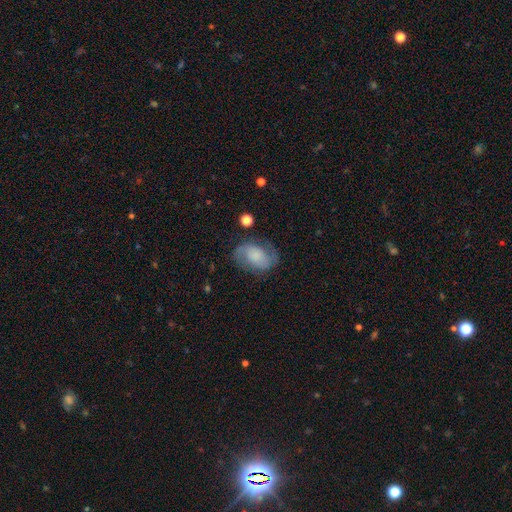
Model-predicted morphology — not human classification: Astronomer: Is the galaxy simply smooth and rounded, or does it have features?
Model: featured or disk — 60%.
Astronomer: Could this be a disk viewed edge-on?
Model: no — 97%.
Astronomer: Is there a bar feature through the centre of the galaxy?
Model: no — 63%.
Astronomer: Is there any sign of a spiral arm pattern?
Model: yes — 87%.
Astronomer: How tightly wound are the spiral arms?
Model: medium — 47% (runner-up: loose, 29%).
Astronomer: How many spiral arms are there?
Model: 2 — 87%.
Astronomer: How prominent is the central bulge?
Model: none — 30% (runner-up: small, 26%).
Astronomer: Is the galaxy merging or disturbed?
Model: none — 69%.